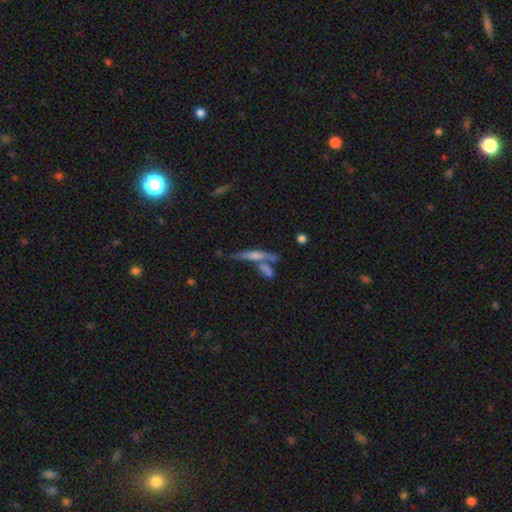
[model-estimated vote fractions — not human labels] A featured or disk galaxy (56%) viewed edge-on (90%) with a rounded central bulge (63%).

Vote fractions:
- Smooth or featured? featured or disk: 56% / smooth: 30% / star or artifact: 14%
- Edge-on disk? yes: 90% / no: 10%
- Edge-on bulge? rounded: 63% / none: 25% / boxy: 12%
- Merging? none: 60% / merger: 25% / minor disturbance: 11% / major disturbance: 5%